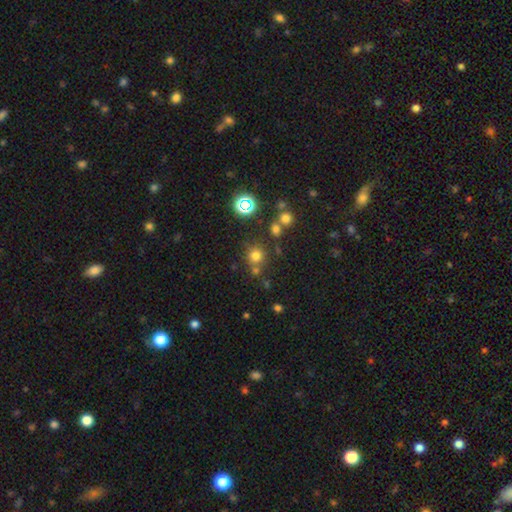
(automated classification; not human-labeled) smooth-or-featured: smooth: 69% | star or artifact: 24% | featured or disk: 8%
  how-rounded: round: 91% | in between: 8% | cigar-shaped: 1%
  merging: none: 72% | merger: 14% | minor disturbance: 10% | major disturbance: 4%